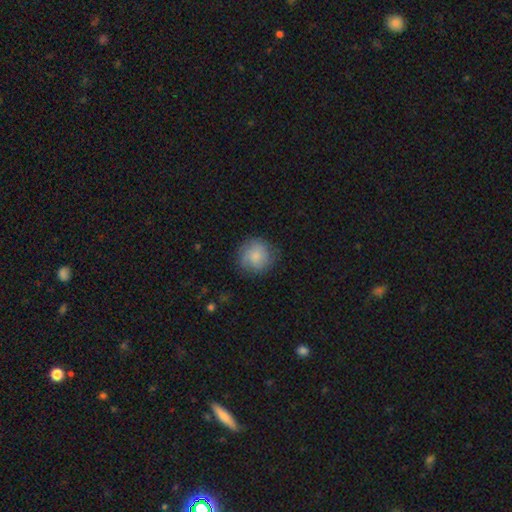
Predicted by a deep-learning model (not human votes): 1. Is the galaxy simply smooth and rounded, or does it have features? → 74% smooth, 19% featured or disk, 7% star or artifact.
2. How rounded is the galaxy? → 91% round, 8% in between, 1% cigar-shaped.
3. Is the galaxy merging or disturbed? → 75% none, 18% minor disturbance, 6% major disturbance, 1% merger.